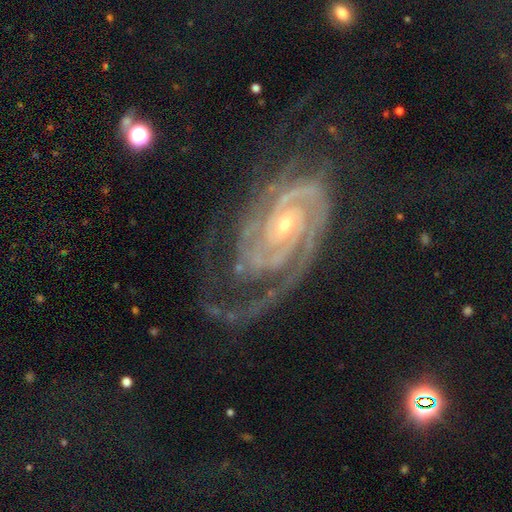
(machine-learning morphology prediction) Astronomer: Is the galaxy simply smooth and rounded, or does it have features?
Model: featured or disk — 92%.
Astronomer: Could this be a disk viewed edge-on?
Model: no — 97%.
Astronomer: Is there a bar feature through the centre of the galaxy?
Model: no — 57%.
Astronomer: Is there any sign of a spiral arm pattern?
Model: yes — 99%.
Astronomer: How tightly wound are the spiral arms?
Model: tight — 74%.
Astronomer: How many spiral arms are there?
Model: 2 — 53%.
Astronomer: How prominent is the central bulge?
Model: small — 65%.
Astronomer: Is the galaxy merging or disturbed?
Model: none — 61%.